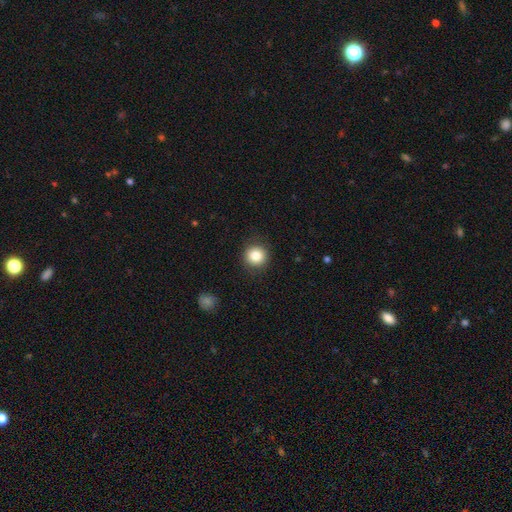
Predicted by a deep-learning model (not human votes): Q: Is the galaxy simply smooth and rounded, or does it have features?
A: smooth — 84%.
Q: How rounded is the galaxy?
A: round — 93%.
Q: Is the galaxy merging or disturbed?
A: none — 90%.